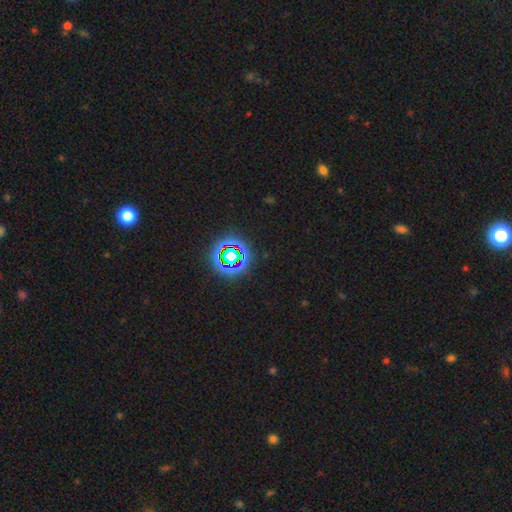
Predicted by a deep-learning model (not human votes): Smooth or featured?
  - star or artifact: 71% *
  - smooth: 18%
  - featured or disk: 12%